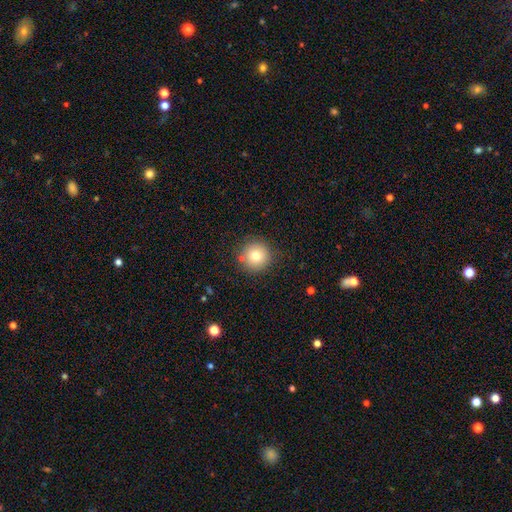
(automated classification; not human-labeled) Smooth or featured? Predicted: smooth (p=0.77). How rounded? Predicted: round (p=0.95). Merging? Predicted: none (p=0.85).